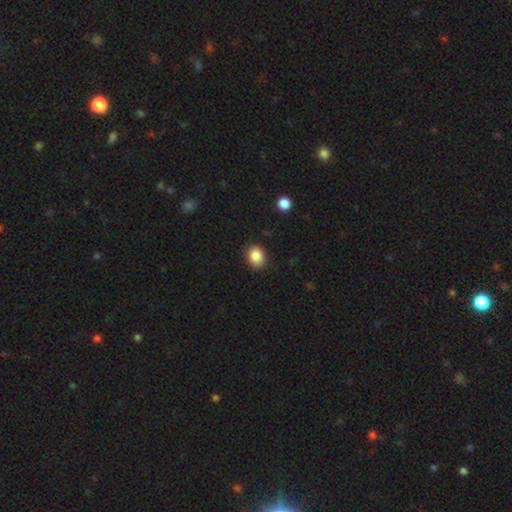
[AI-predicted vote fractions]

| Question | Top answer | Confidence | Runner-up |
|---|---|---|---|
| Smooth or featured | smooth | 87% | star or artifact (9%) |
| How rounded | round | 52% | in between (47%) |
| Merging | none | 87% | minor disturbance (10%) |